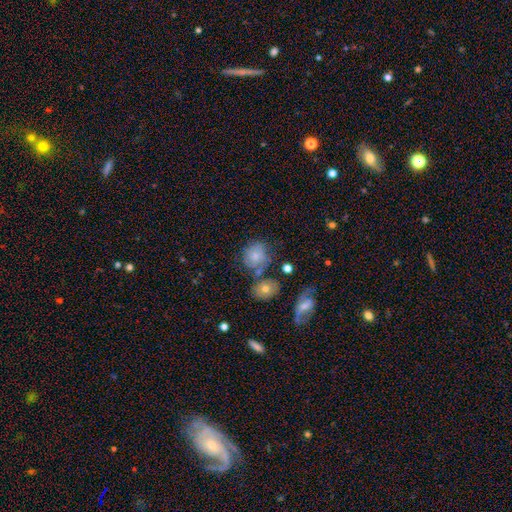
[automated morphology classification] Smooth or featured? smooth (61%)
How rounded? round (70%)
Merging? none (52%)